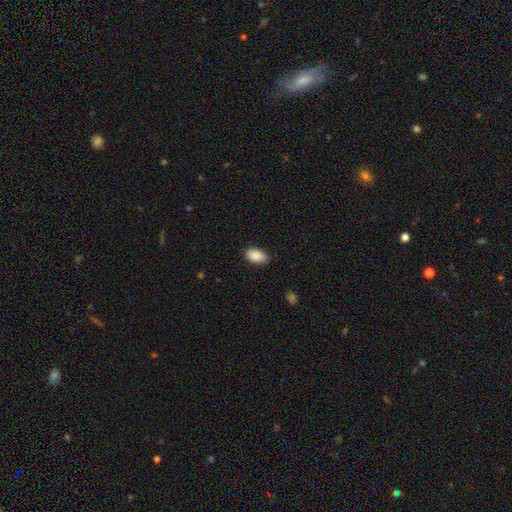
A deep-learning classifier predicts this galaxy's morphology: Smooth or featured?
  - smooth: 89% *
  - star or artifact: 7%
  - featured or disk: 4%
How rounded?
  - in between: 93% *
  - round: 5%
  - cigar-shaped: 2%
Merging?
  - none: 79% *
  - minor disturbance: 17%
  - major disturbance: 3%
  - merger: 1%